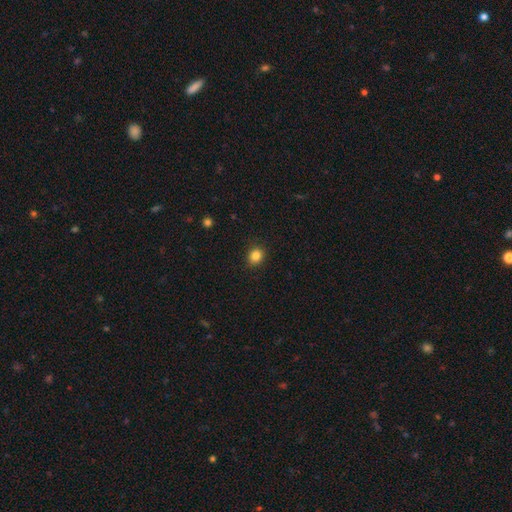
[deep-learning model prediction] This is clearly a smooth galaxy (85%). How rounded: likely round (70%). Merging: clearly none (89%).